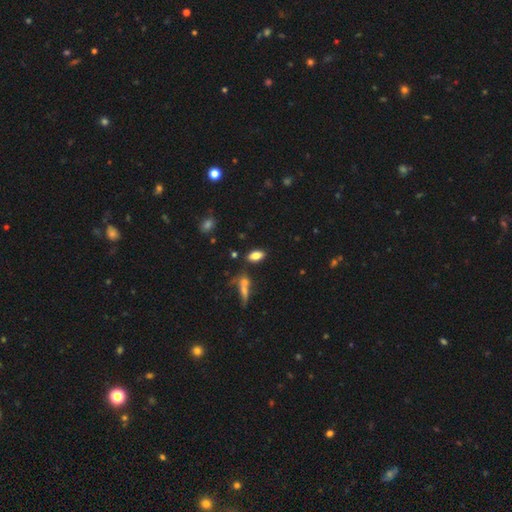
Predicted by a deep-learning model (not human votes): smooth-or-featured: smooth: 79% | featured or disk: 11% | star or artifact: 9%
  how-rounded: in between: 88% | cigar-shaped: 9% | round: 4%
  merging: none: 78% | minor disturbance: 11% | merger: 8% | major disturbance: 3%